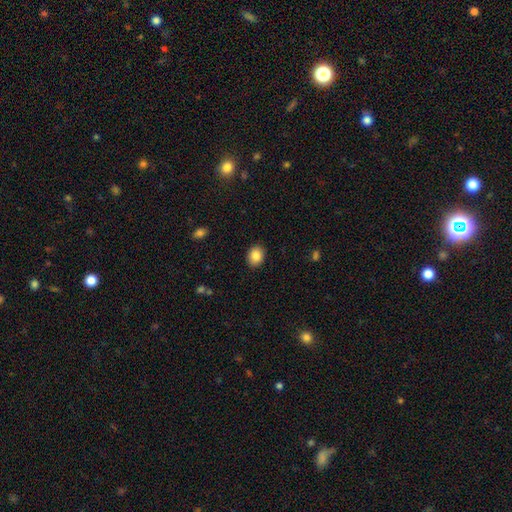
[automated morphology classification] smooth_or_featured: smooth (p=0.87) [alt: star or artifact p=0.08]
how_rounded: in between (p=0.53) [alt: round p=0.46]
merging: none (p=0.89) [alt: minor disturbance p=0.08]